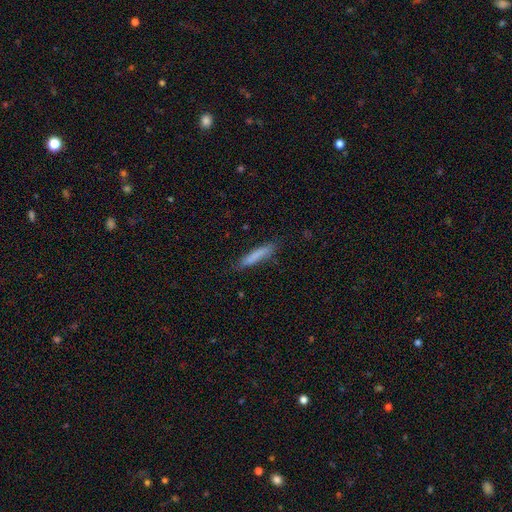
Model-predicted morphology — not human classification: Smooth or featured?
  - smooth: 81% *
  - featured or disk: 13%
  - star or artifact: 6%
How rounded?
  - cigar-shaped: 90% *
  - in between: 9%
  - round: 1%
Merging?
  - none: 82% *
  - minor disturbance: 14%
  - major disturbance: 3%
  - merger: 1%